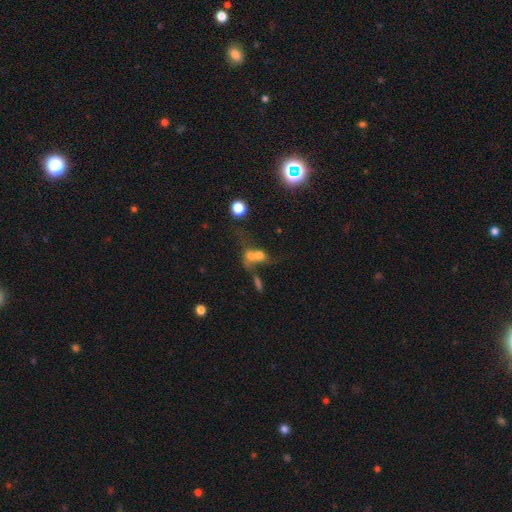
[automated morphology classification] type=smooth (60%); roundness=round (58%); merging=merger (69%).